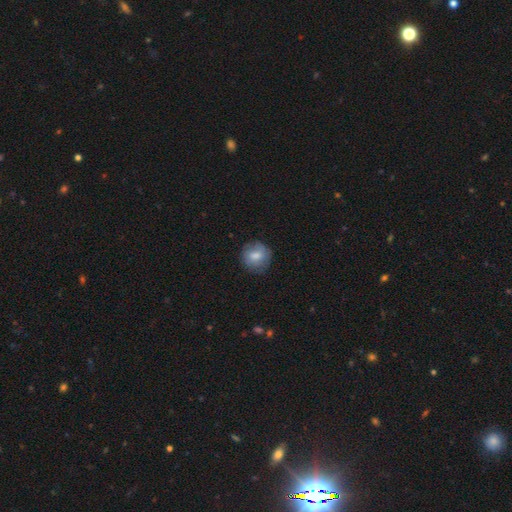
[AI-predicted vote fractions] Smooth or featured? Predicted: smooth (p=0.76). How rounded? Predicted: round (p=0.86). Merging? Predicted: none (p=0.79).